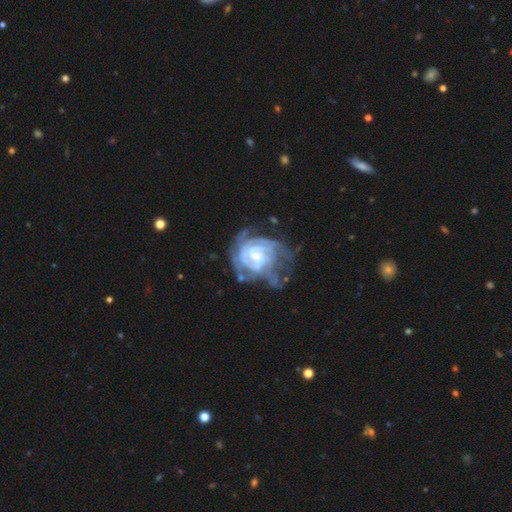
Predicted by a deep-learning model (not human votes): Smooth or featured: featured or disk — 86% (smooth — 8%)
Edge-on disk: no — 98% (yes — 2%)
Bar: no — 44% (weak — 43%)
Spiral arms: yes — 91% (no — 9%)
Spiral winding: tight — 62% (medium — 30%)
Spiral arm count: can't tell — 41% (2 — 21%)
Bulge size: small — 44% (moderate — 33%)
Merging: none — 37% (major disturbance — 33%)